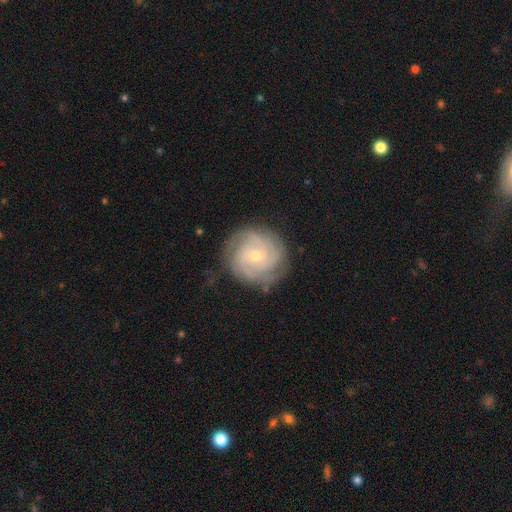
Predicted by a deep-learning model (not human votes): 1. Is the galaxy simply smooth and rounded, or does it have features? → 86% featured or disk, 9% smooth, 5% star or artifact.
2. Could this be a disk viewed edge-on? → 98% no, 2% yes.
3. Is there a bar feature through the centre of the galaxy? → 72% no, 23% weak, 5% strong.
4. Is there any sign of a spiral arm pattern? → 97% yes, 3% no.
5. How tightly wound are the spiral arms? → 76% tight, 20% medium, 3% loose.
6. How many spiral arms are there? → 33% 3, 20% can't tell, 18% 4, 18% 2, 6% more than 4, 6% 1.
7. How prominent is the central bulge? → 68% small, 29% moderate, 1% large, 1% none, 1% dominant.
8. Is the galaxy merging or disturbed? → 82% none, 13% minor disturbance, 4% major disturbance, 1% merger.